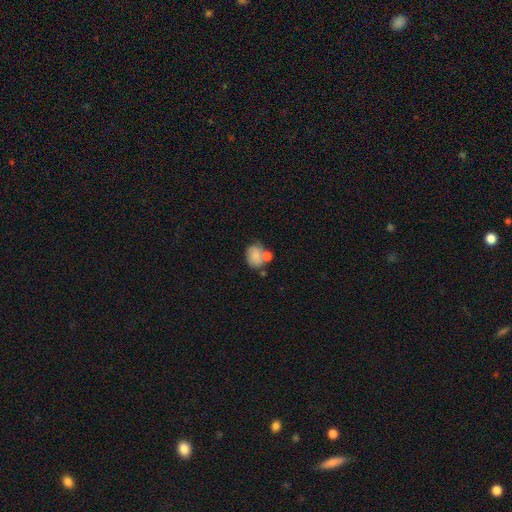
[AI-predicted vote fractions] This is likely a smooth galaxy (76%). How rounded: possibly in between (51%). Merging: marginally none (42%).